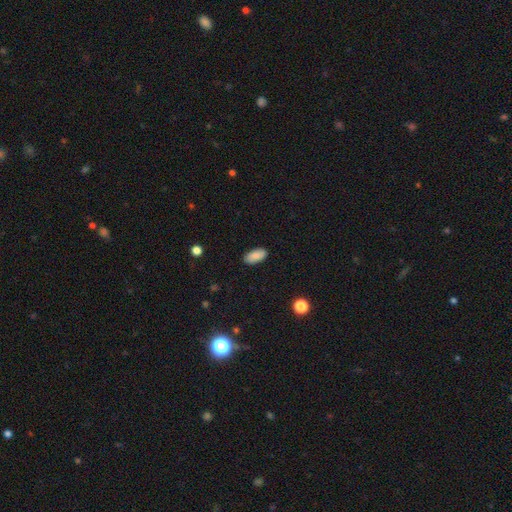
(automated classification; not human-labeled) Overall: smooth (88%). How rounded: in between (93%). Merging: none (89%).